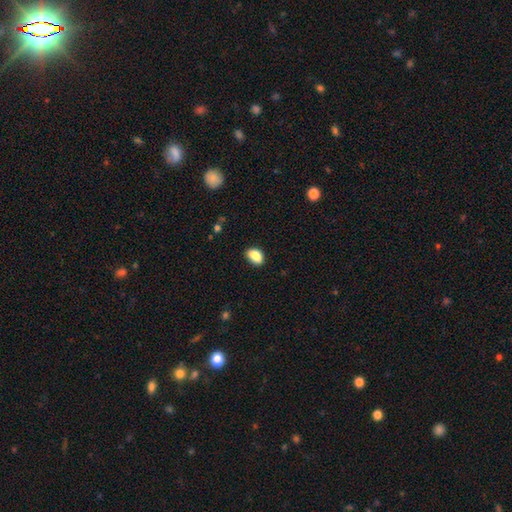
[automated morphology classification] type=smooth (88%); roundness=in between (85%); merging=none (83%).